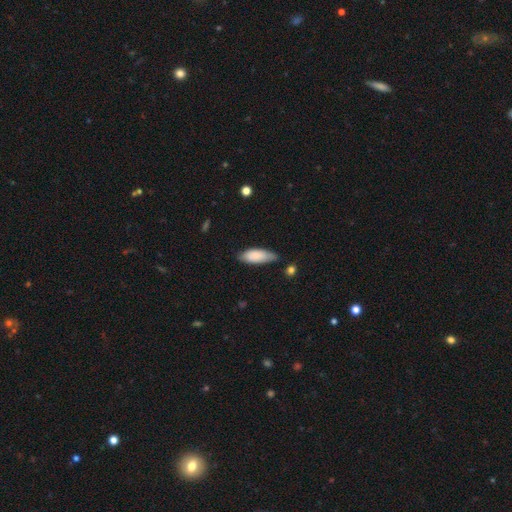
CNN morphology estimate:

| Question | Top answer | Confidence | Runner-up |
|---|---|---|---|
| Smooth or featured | smooth | 84% | featured or disk (10%) |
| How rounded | in between | 73% | cigar-shaped (26%) |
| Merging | none | 64% | minor disturbance (29%) |